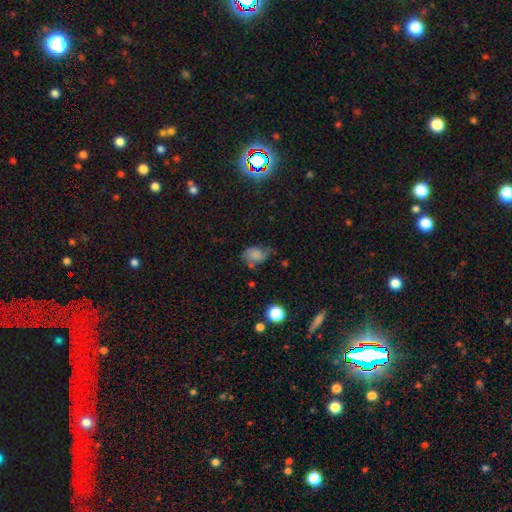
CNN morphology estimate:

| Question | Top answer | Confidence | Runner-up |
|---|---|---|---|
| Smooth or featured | smooth | 72% | featured or disk (16%) |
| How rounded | in between | 73% | round (26%) |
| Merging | none | 45% | minor disturbance (35%) |